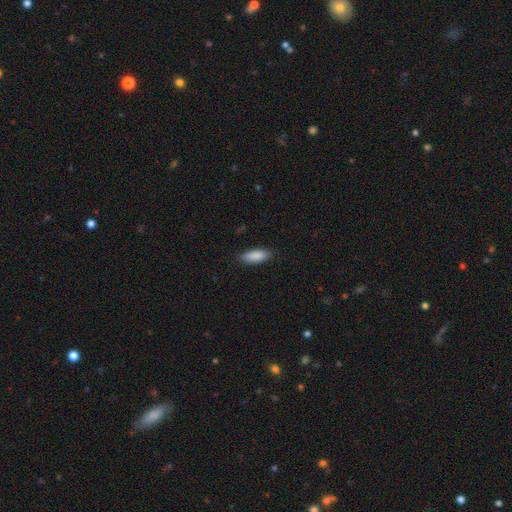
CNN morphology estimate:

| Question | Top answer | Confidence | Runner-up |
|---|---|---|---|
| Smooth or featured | smooth | 89% | star or artifact (6%) |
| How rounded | in between | 69% | cigar-shaped (29%) |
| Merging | none | 86% | minor disturbance (11%) |